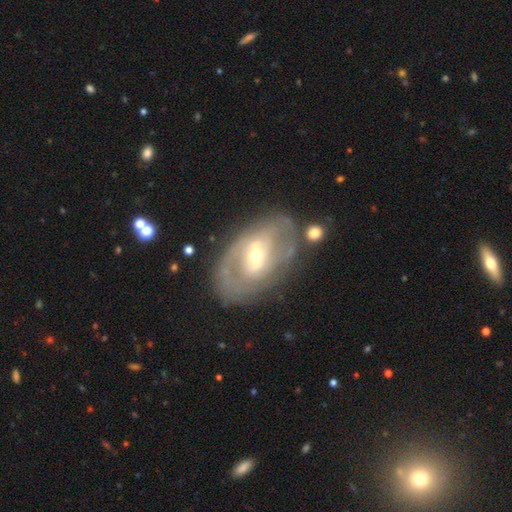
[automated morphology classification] Q: Smooth or featured?
A: featured or disk (77%); runner-up: smooth (17%)
Q: Edge-on disk?
A: no (94%); runner-up: yes (6%)
Q: Bar?
A: weak (43%); runner-up: strong (31%)
Q: Spiral arms?
A: yes (64%); runner-up: no (36%)
Q: Bulge size?
A: moderate (54%); runner-up: small (40%)
Q: Merging?
A: none (62%); runner-up: minor disturbance (18%)